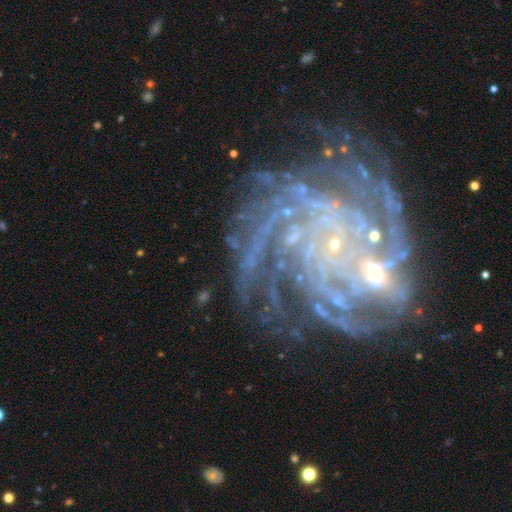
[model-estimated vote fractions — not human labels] A featured or disk galaxy (87%) with no bar (67%), more than 4 (30%) tight (68%) spiral arms (97%) and a small central bulge (80%). Merging: none (59%).